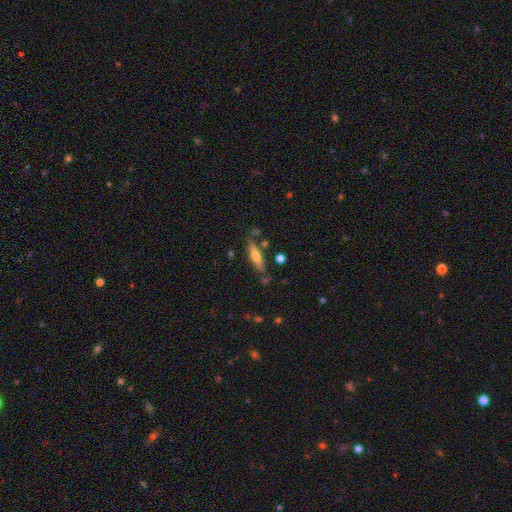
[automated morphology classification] This appears to be a smooth galaxy with no disk features (50%) that is cigar-shaped (71%). Merging: none (75%).